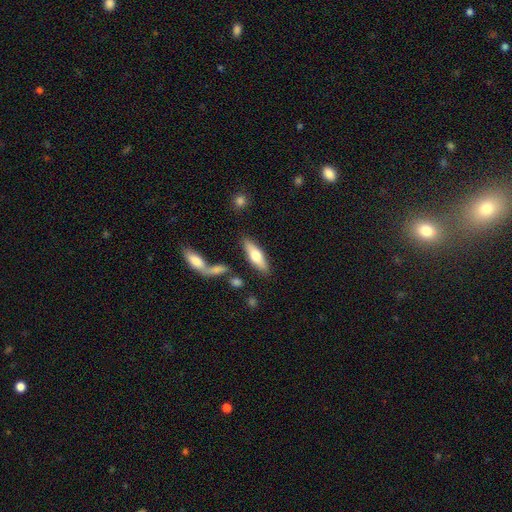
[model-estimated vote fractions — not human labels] Smooth or featured? smooth (59%)
How rounded? in between (51%)
Merging? none (77%)